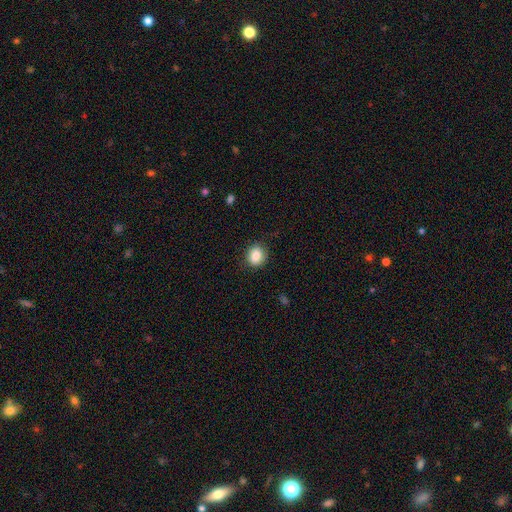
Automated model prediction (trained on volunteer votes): smooth-or-featured: smooth: 86% | star or artifact: 9% | featured or disk: 5%
  how-rounded: round: 66% | in between: 33% | cigar-shaped: 1%
  merging: none: 83% | minor disturbance: 12% | major disturbance: 3% | merger: 1%